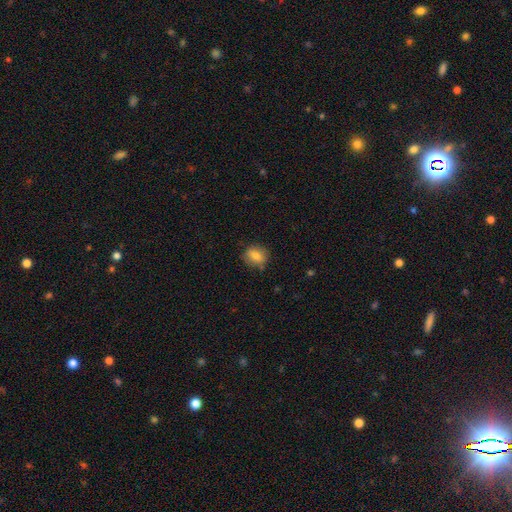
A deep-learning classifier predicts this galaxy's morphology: This is likely a smooth galaxy (77%). How rounded: possibly round (53%). Merging: likely none (79%).